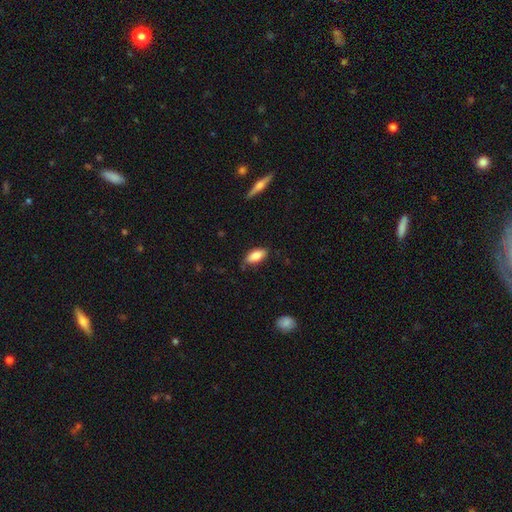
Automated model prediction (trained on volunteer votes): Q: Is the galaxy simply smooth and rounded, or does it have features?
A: smooth — 82%.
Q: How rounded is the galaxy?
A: in between — 86%.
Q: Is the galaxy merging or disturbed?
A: none — 82%.